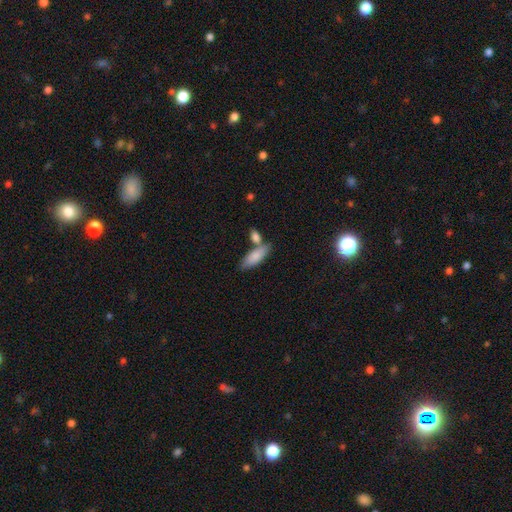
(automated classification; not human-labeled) Overall: smooth (83%). How rounded: in between (67%; cigar-shaped 31%). Merging: none (55%; merger 28%).